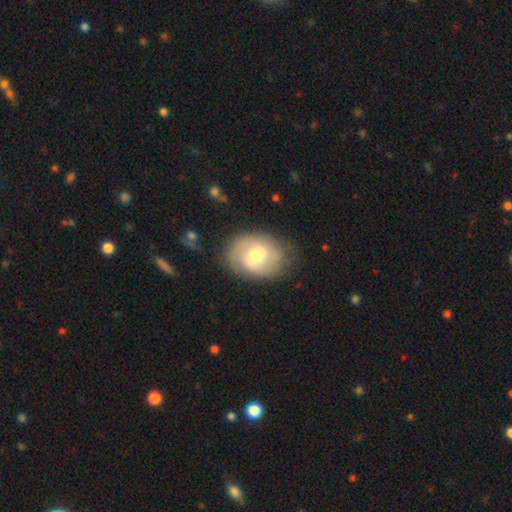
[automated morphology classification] This appears to be a featured or disk galaxy (58%) with a weak bar (57%), spiral arms (80%) and a moderate central bulge (60%). Merging: none (75%).